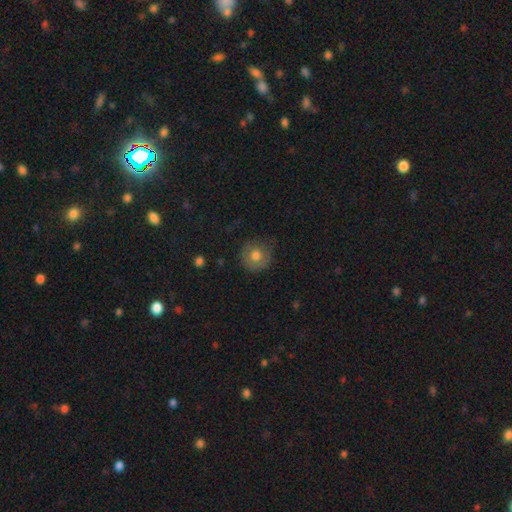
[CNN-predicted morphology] This appears to be a smooth galaxy with no disk features (68%) that is round (91%). Merging: none (68%).